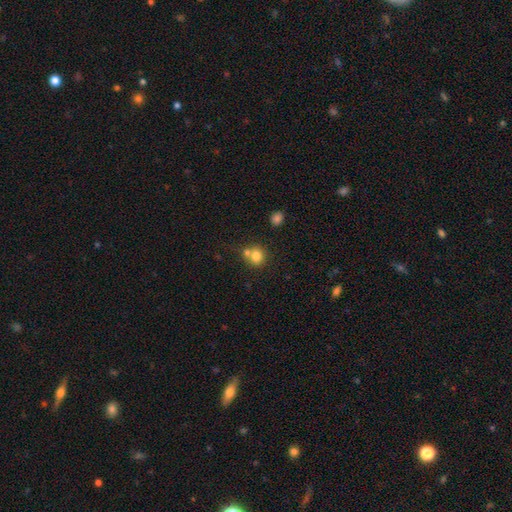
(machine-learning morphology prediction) A smooth galaxy with no disk features (79%) that is round (83%).

Vote fractions:
- Smooth or featured? smooth: 79% / star or artifact: 11% / featured or disk: 10%
- How rounded? round: 83% / in between: 16% / cigar-shaped: 1%
- Merging? none: 50% / merger: 38% / minor disturbance: 9% / major disturbance: 3%